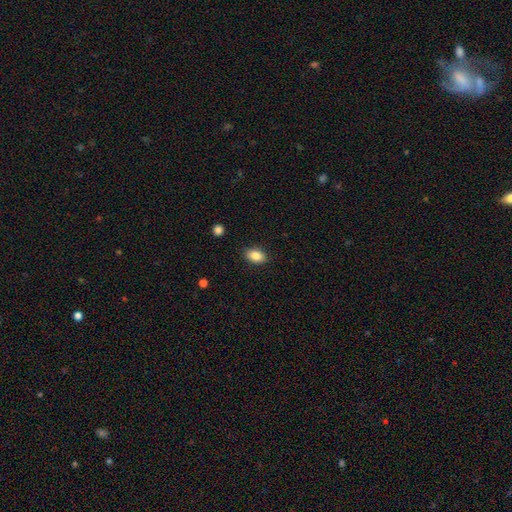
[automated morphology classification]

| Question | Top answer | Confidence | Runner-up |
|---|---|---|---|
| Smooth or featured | smooth | 85% | star or artifact (8%) |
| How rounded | in between | 87% | round (12%) |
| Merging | none | 88% | minor disturbance (9%) |